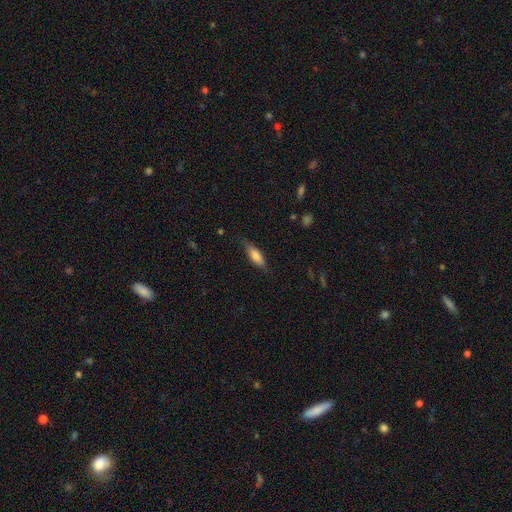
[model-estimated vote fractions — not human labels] A smooth galaxy with no disk features (71%) that is in between round and cigar-shaped (55%). Merging: none (77%).